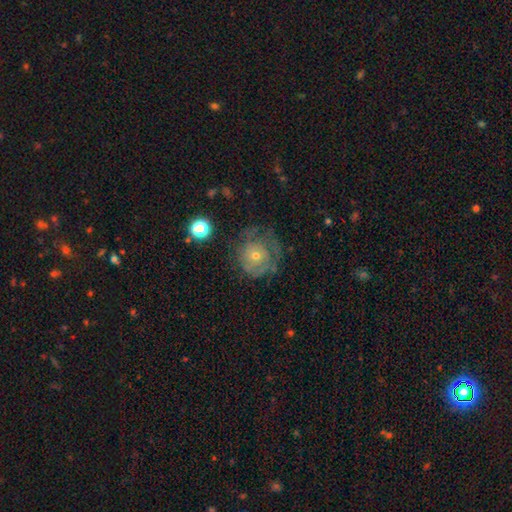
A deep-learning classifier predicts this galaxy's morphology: The model was most divided on "bulge size": small: 56%, moderate: 39%, large: 2%, none: 1%, dominant: 1%. More confident: edge-on disk — no (97%); bar — no (86%); spiral arms — yes (61%); merging — none (59%); smooth or featured — featured or disk (56%).